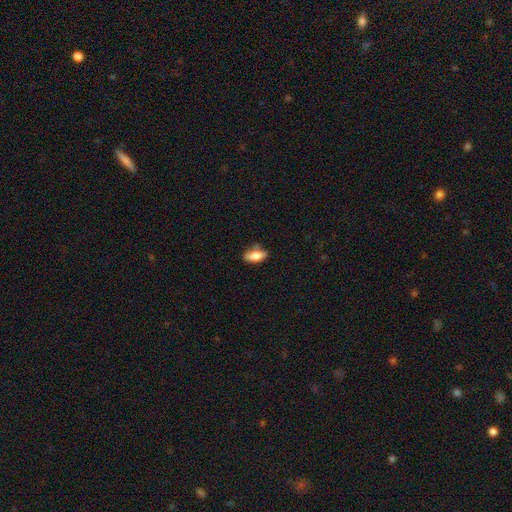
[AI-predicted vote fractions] smooth_or_featured: smooth (p=0.73) [alt: featured or disk p=0.20]
how_rounded: in between (p=0.82) [alt: cigar-shaped p=0.14]
merging: none (p=0.64) [alt: minor disturbance p=0.25]